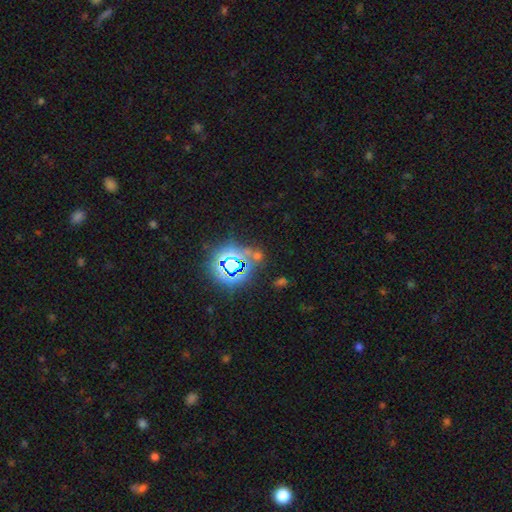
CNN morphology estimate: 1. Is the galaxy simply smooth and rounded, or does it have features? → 74% star or artifact, 16% smooth, 9% featured or disk.